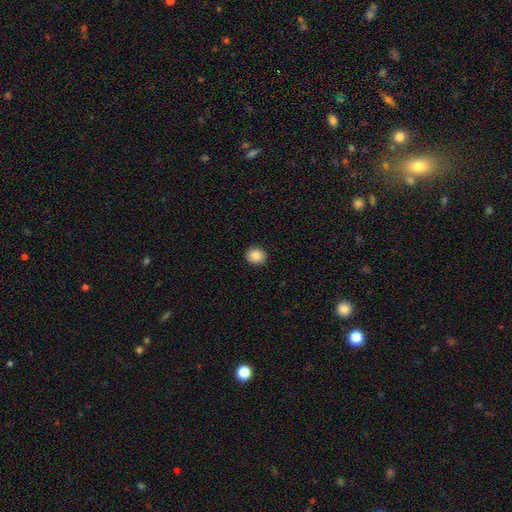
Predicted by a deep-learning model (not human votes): smooth 88%, star or artifact 9%, featured or disk 3%. Down the decision tree: how rounded — round (72%); merging — none (91%).